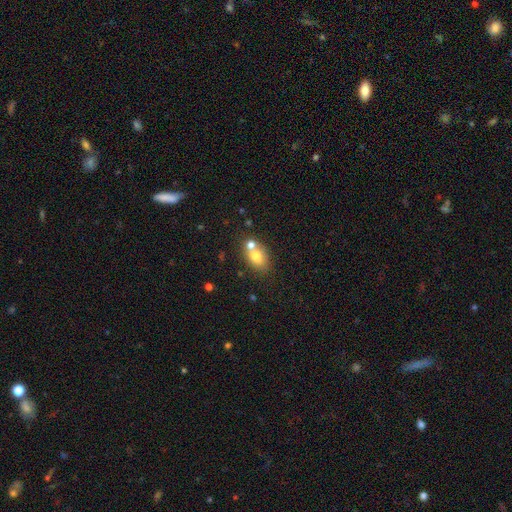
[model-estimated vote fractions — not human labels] Q: Smooth or featured?
A: smooth (73%); runner-up: featured or disk (17%)
Q: How rounded?
A: in between (73%); runner-up: round (25%)
Q: Merging?
A: none (49%); runner-up: merger (36%)